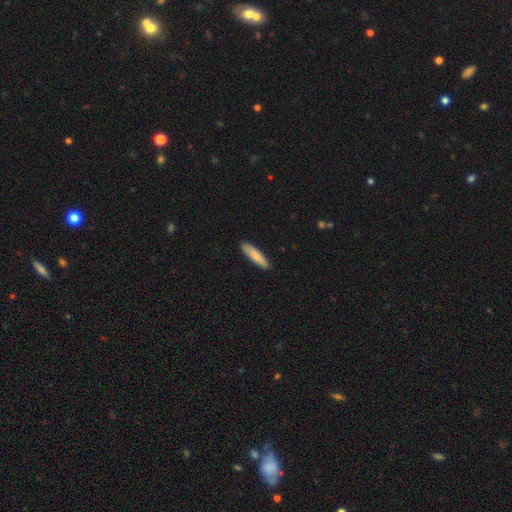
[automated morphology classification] type=smooth (84%); roundness=cigar-shaped (79%); merging=none (88%).